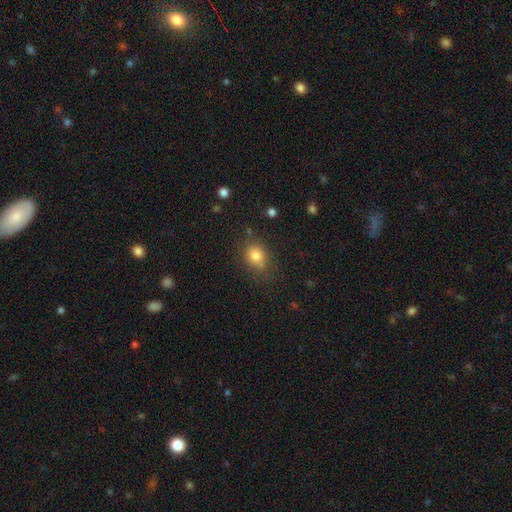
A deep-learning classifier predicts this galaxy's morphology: type=smooth (81%); roundness=round (56%); merging=none (67%).